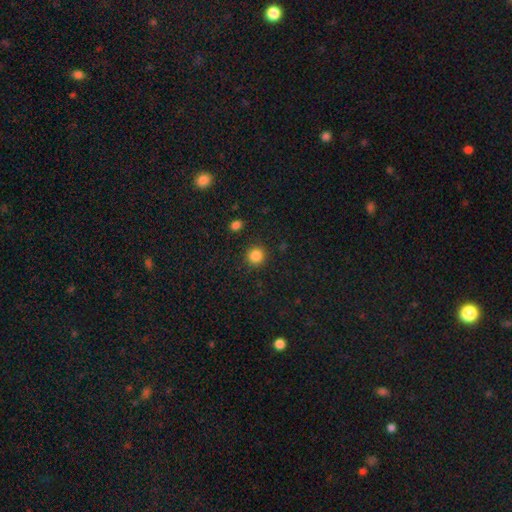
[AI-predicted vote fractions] smooth-or-featured: smooth: 85% | star or artifact: 11% | featured or disk: 4%
  how-rounded: round: 93% | in between: 6% | cigar-shaped: 1%
  merging: none: 90% | minor disturbance: 6% | major disturbance: 2% | merger: 2%